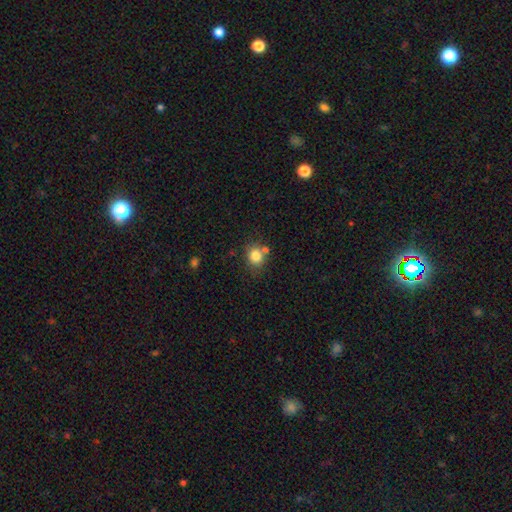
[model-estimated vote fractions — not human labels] Smooth or featured? Predicted: smooth (p=0.82). How rounded? Predicted: round (p=0.71). Merging? Predicted: none (p=0.67).